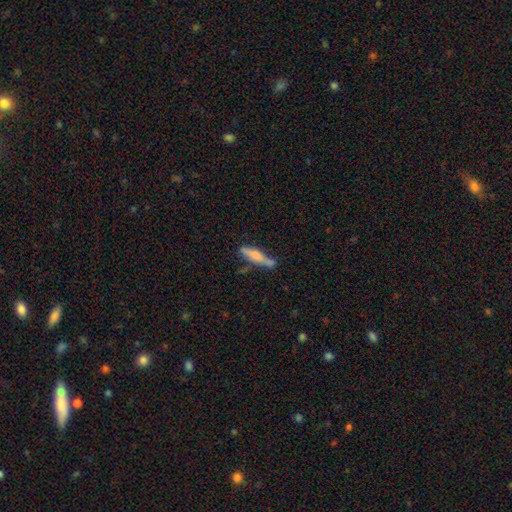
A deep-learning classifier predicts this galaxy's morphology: This is likely a smooth galaxy (62%). How rounded: clearly cigar-shaped (81%). Merging: possibly none (58%).